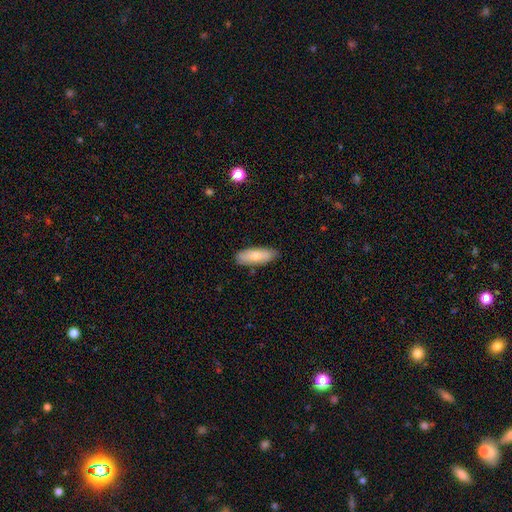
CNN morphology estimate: Overall: smooth (74%). How rounded: in between (68%; cigar-shaped 30%). Merging: none (84%).